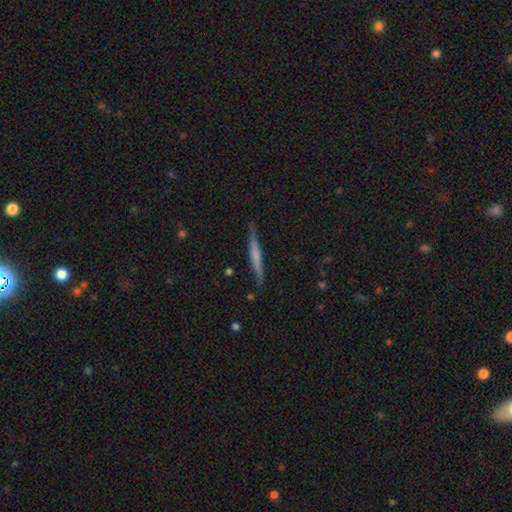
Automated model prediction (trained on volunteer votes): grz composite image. It shows a featured or disk galaxy (47%, tied with smooth). Merging: none (84%).